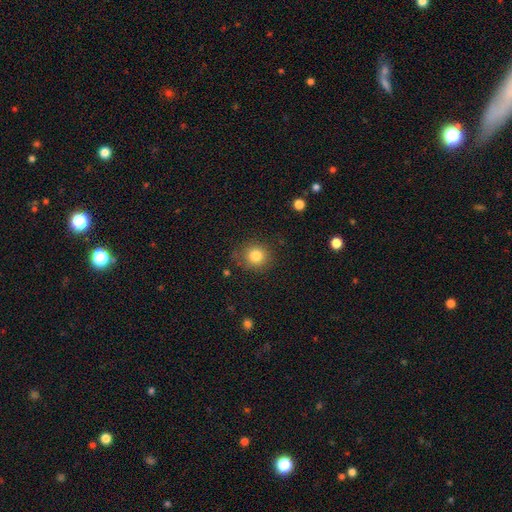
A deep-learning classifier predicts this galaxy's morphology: A smooth galaxy with no disk features (82%) that is round (87%).

Vote fractions:
- Smooth or featured? smooth: 82% / star or artifact: 11% / featured or disk: 7%
- How rounded? round: 87% / in between: 12% / cigar-shaped: 1%
- Merging? none: 82% / minor disturbance: 13% / major disturbance: 4% / merger: 2%